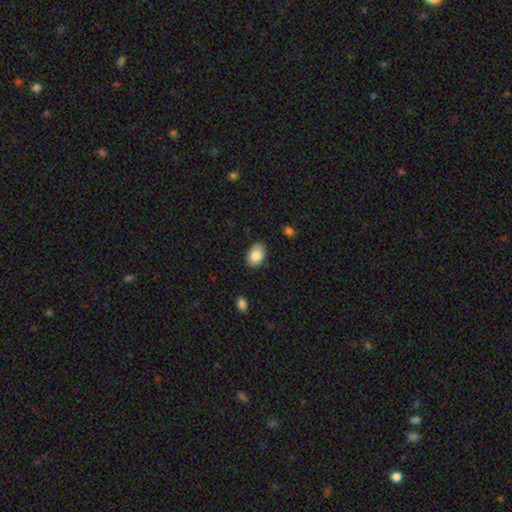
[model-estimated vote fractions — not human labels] Smooth or featured? Predicted: smooth (p=0.85). How rounded? Predicted: in between (p=0.84). Merging? Predicted: none (p=0.82).